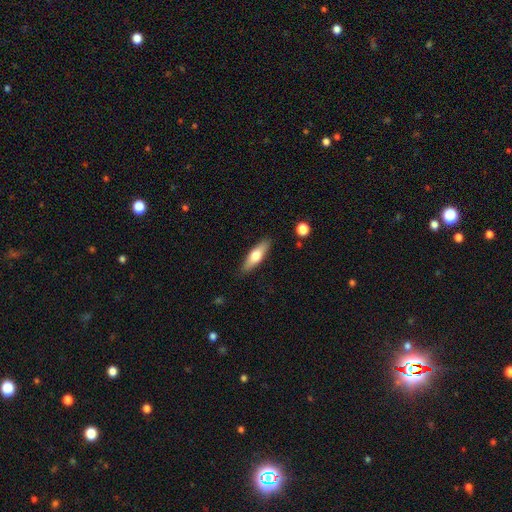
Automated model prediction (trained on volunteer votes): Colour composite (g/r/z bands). It shows a smooth galaxy with no disk features (62%) that is cigar-shaped (52%). Merging: none (87%).